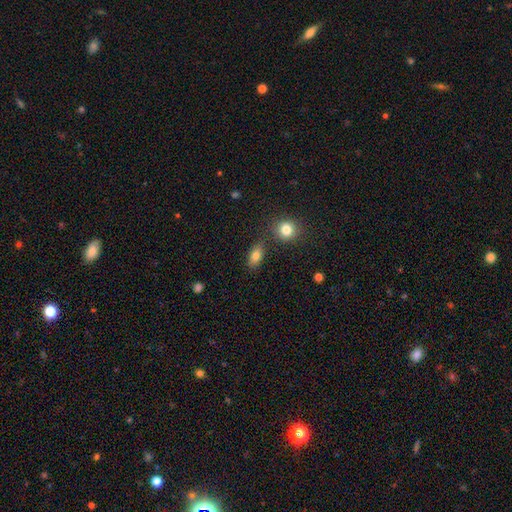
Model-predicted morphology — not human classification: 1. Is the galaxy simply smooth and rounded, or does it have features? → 81% smooth, 10% featured or disk, 10% star or artifact.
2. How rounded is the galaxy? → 83% in between, 10% round, 6% cigar-shaped.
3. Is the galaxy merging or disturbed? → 78% none, 11% minor disturbance, 7% merger, 3% major disturbance.